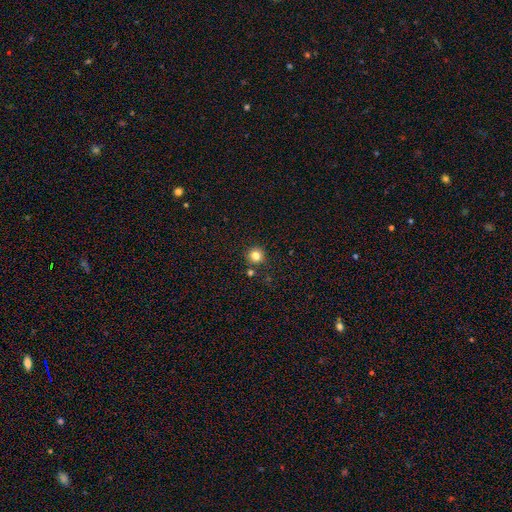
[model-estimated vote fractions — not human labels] Smooth or featured? smooth (81%)
How rounded? round (95%)
Merging? none (86%)